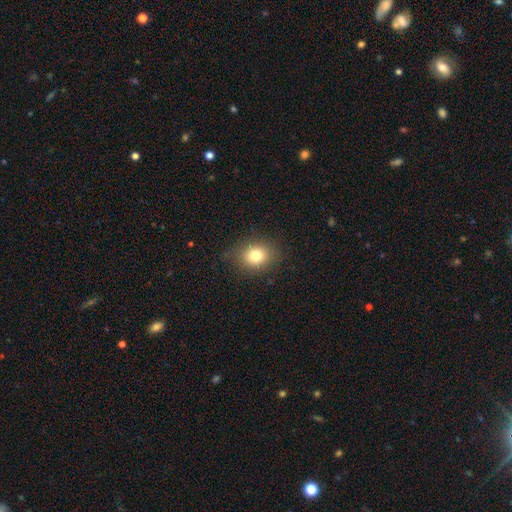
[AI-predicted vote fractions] Overall: smooth (79%). How rounded: round (60%; in between 39%). Merging: none (84%).